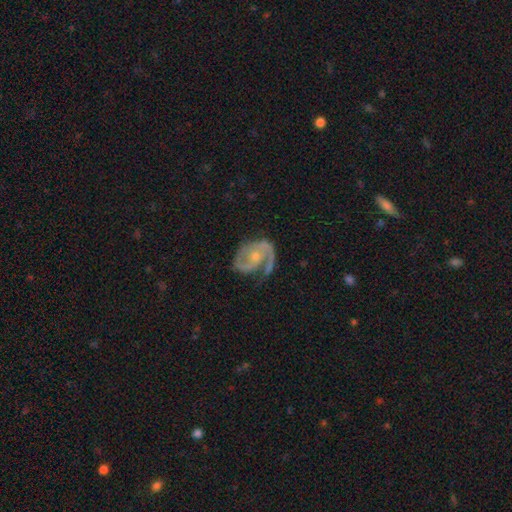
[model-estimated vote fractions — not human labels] This is clearly a featured or disk galaxy (88%). It is clearly not viewed edge-on (98%). Bar: likely no (66%). Spiral arm pattern: clearly yes (96%). Spiral arm count: likely 2 (75%). Spiral winding: possibly medium (50%). Central bulge: possibly small (57%). Merging: possibly none (59%).